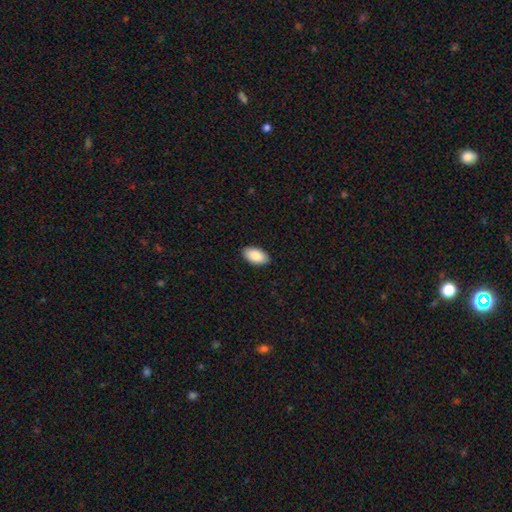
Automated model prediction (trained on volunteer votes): smooth 89%, star or artifact 6%, featured or disk 5%. Down the decision tree: how rounded — in between (96%); merging — none (89%).